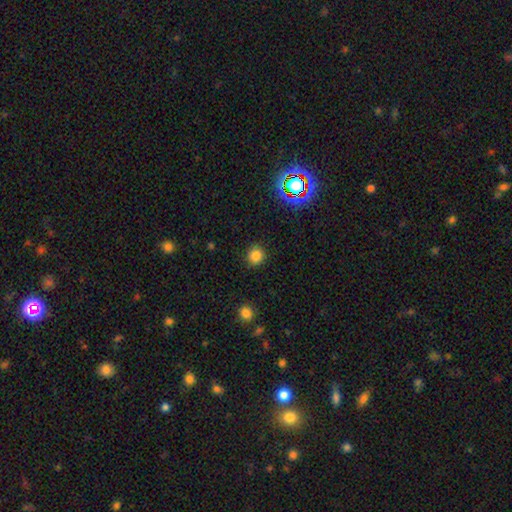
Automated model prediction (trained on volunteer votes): Q: Smooth or featured?
A: smooth (81%); runner-up: star or artifact (14%)
Q: How rounded?
A: round (90%); runner-up: in between (9%)
Q: Merging?
A: none (89%); runner-up: minor disturbance (7%)